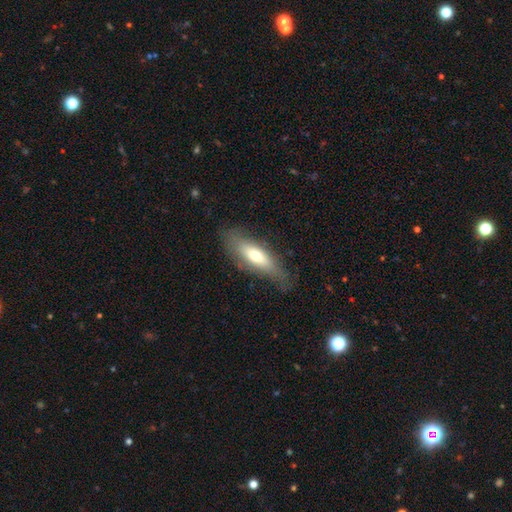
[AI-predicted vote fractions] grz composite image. It shows a smooth galaxy with no disk features (61%) that is in between round and cigar-shaped (54%). Merging: none (71%).